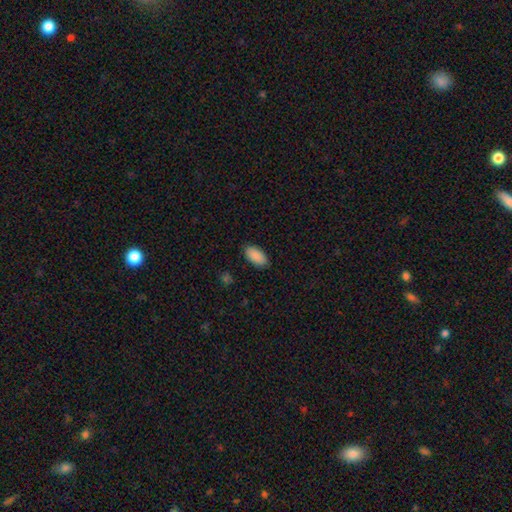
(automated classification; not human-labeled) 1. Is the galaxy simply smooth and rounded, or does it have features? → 90% smooth, 6% star or artifact, 3% featured or disk.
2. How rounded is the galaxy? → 94% in between, 4% cigar-shaped, 2% round.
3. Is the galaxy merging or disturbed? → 88% none, 9% minor disturbance, 2% major disturbance, 1% merger.